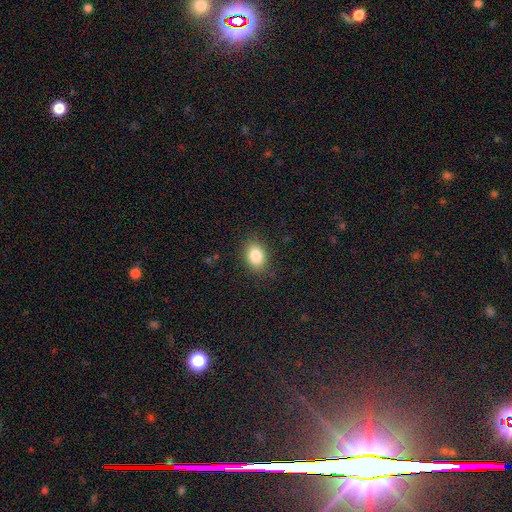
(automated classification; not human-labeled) Q: Smooth or featured?
A: smooth (85%); runner-up: star or artifact (9%)
Q: How rounded?
A: in between (78%); runner-up: round (21%)
Q: Merging?
A: none (85%); runner-up: minor disturbance (11%)